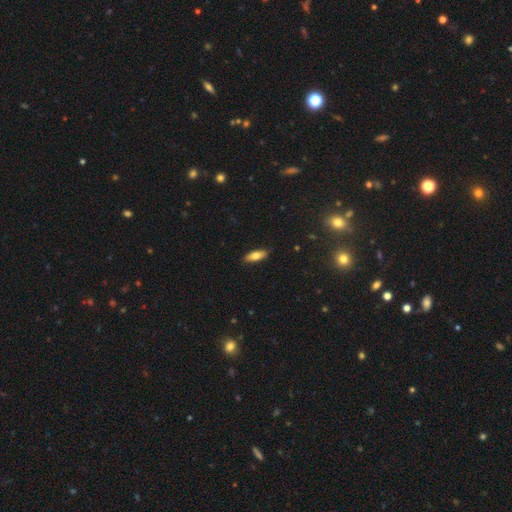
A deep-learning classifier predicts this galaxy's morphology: A smooth galaxy with no disk features (72%) that is in between round and cigar-shaped (61%). Merging: none (88%).